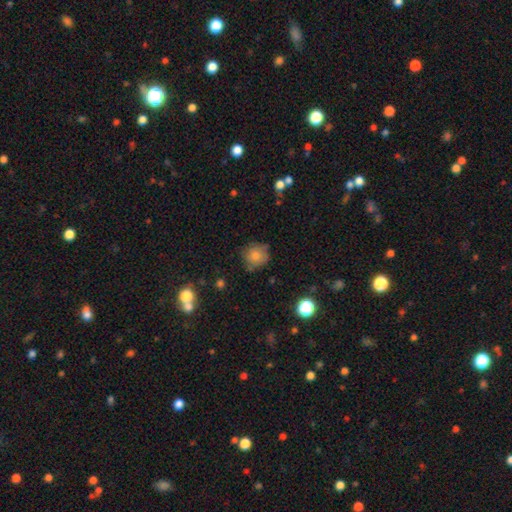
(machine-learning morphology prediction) A smooth galaxy with no disk features (78%) that is round (88%). Merging: none (69%).